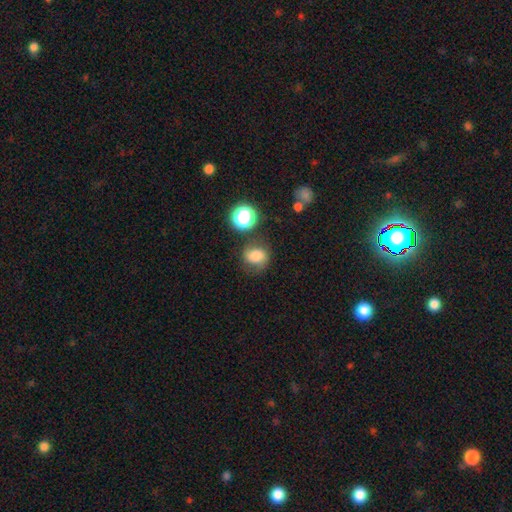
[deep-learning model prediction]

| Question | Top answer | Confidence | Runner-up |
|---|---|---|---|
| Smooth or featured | smooth | 68% | featured or disk (18%) |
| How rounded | round | 65% | in between (34%) |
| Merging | none | 62% | minor disturbance (22%) |